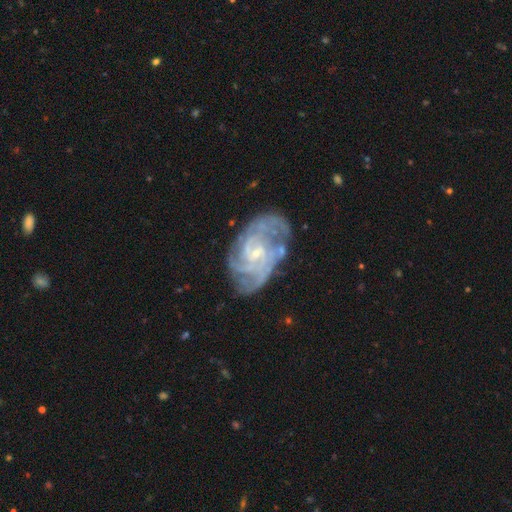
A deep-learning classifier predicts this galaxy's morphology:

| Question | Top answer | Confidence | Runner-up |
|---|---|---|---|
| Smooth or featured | featured or disk | 85% | smooth (8%) |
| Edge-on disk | no | 97% | yes (3%) |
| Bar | no | 53% | weak (38%) |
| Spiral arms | yes | 96% | no (4%) |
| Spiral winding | tight | 58% | medium (34%) |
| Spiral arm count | can't tell | 28% | 3 (21%) |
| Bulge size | small | 68% | moderate (26%) |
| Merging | none | 72% | minor disturbance (18%) |